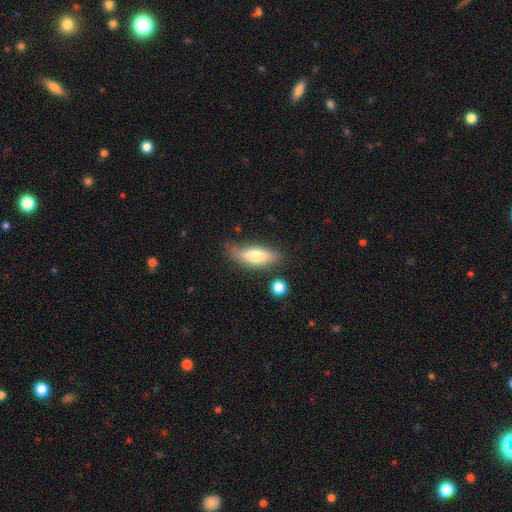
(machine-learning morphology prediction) This appears to be a smooth galaxy with no disk features (69%) that is in between round and cigar-shaped (63%). Merging: none (68%).